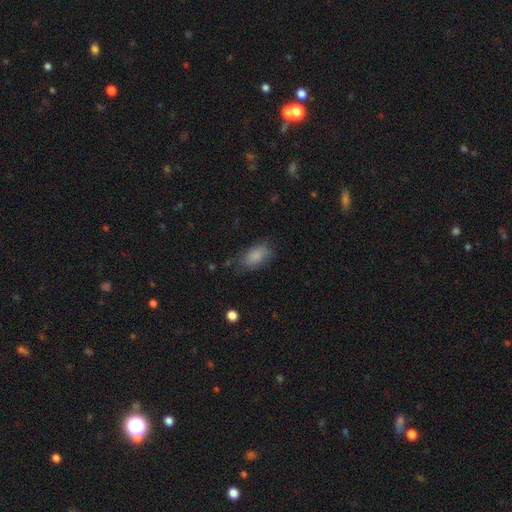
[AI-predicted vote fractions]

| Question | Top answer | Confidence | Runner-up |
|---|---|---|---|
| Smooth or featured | smooth | 85% | star or artifact (8%) |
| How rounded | in between | 91% | round (6%) |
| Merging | none | 69% | minor disturbance (22%) |